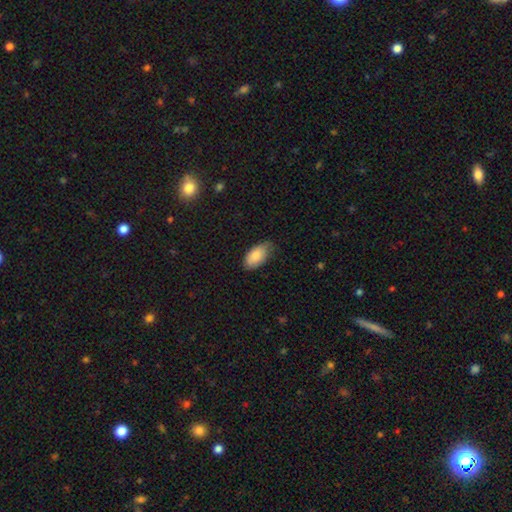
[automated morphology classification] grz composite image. It shows a smooth galaxy with no disk features (84%) that is in between round and cigar-shaped (94%). Merging: none (69%).